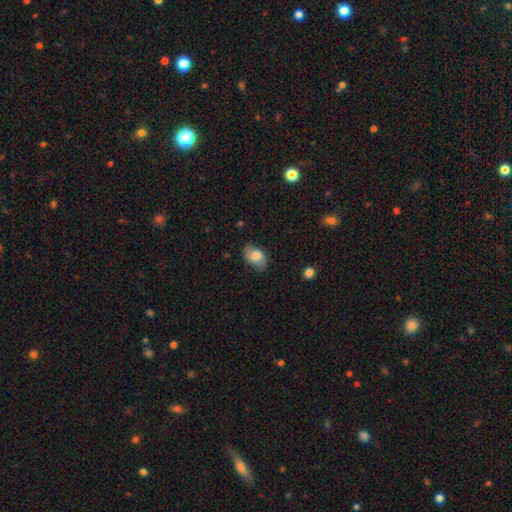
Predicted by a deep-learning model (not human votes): smooth 77%, featured or disk 15%, star or artifact 7%. Down the decision tree: how rounded — in between (88%); merging — none (73%).